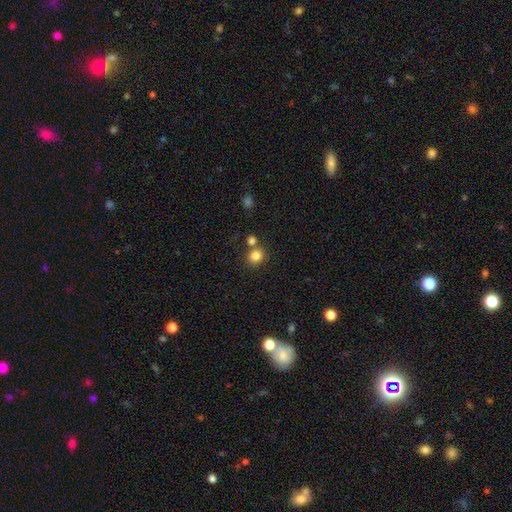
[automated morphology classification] This is clearly a smooth galaxy (83%). How rounded: likely round (77%). Merging: likely none (67%).